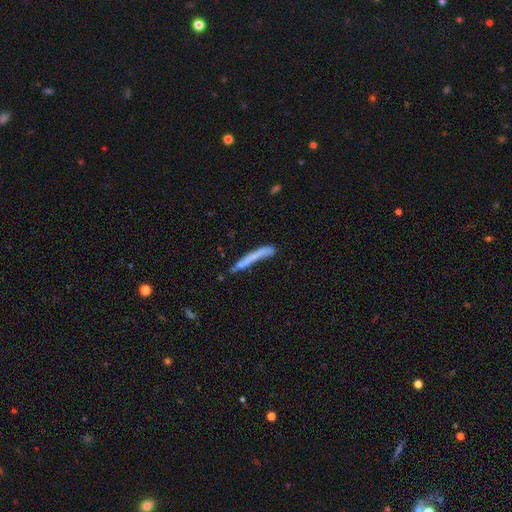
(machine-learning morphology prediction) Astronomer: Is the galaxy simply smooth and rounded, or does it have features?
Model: smooth — 60%.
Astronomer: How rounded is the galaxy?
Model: cigar-shaped — 95%.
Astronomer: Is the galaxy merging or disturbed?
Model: none — 57%.